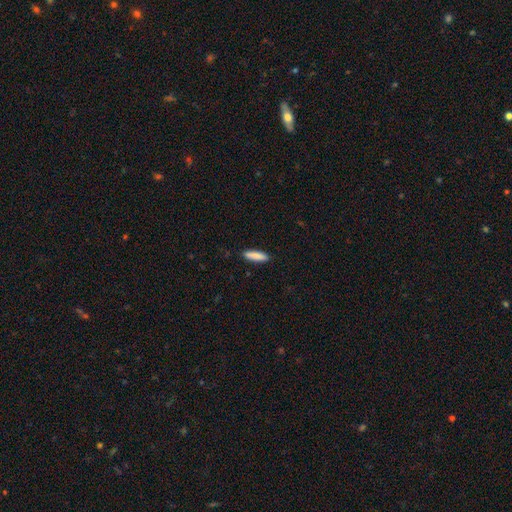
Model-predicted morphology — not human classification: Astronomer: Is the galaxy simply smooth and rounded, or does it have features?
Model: smooth — 88%.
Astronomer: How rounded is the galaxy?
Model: cigar-shaped — 71%.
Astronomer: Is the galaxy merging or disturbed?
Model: none — 90%.